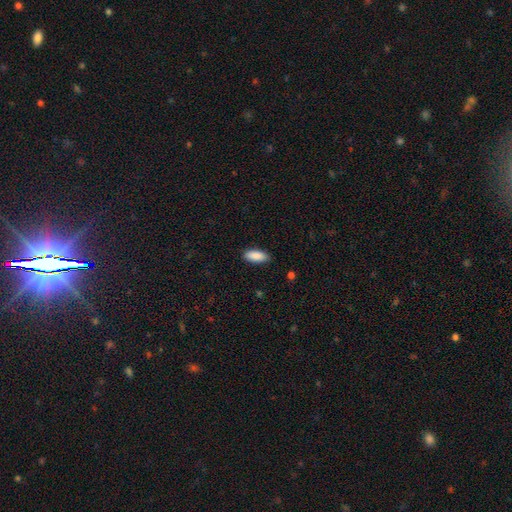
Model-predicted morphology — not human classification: Smooth or featured?
  - smooth: 90% *
  - star or artifact: 6%
  - featured or disk: 4%
How rounded?
  - in between: 84% *
  - cigar-shaped: 14%
  - round: 2%
Merging?
  - none: 87% *
  - minor disturbance: 9%
  - major disturbance: 2%
  - merger: 1%